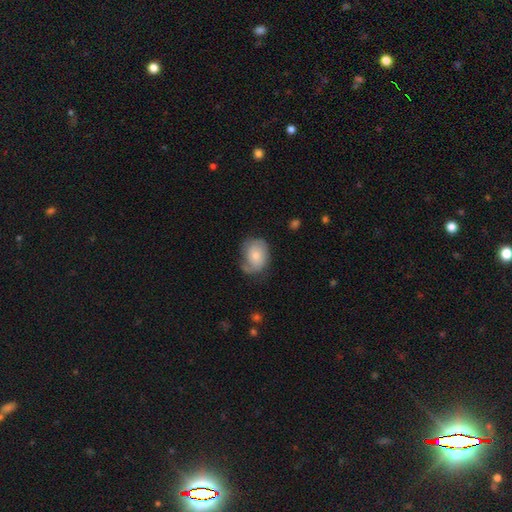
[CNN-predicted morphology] The model was most divided on "how rounded": in between: 57%, round: 42%, cigar-shaped: 1%. Remaining: smooth or featured — smooth (55%); merging — none (47%).